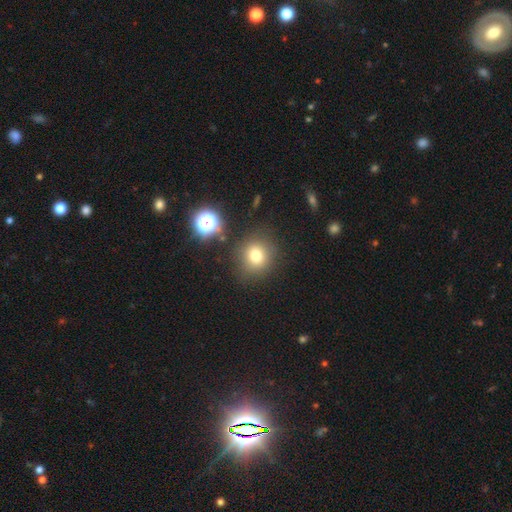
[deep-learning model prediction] Morphology: type=smooth (76%); roundness=round (86%); merging=none (82%).